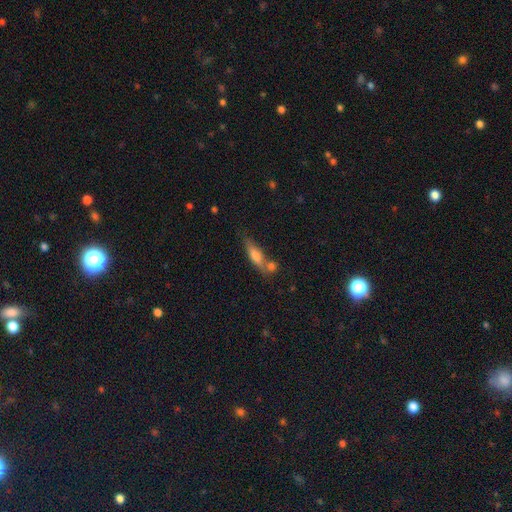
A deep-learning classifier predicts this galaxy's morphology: The model was most divided on "smooth or featured": smooth: 58%, featured or disk: 34%, star or artifact: 8%. More confident: how rounded — cigar-shaped (66%); merging — none (58%).